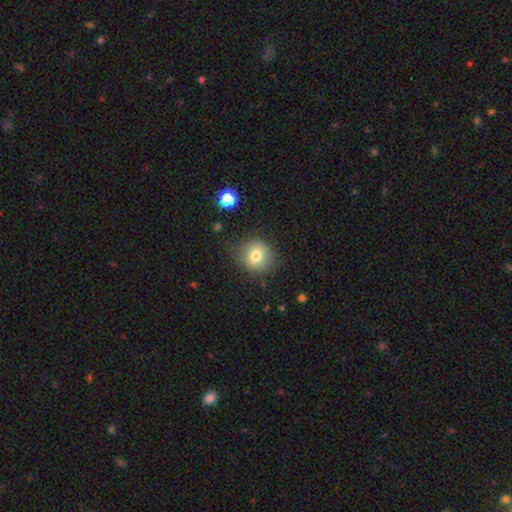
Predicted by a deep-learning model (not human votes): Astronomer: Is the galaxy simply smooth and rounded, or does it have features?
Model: smooth — 76%.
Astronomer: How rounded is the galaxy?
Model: round — 83%.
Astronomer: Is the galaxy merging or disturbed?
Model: none — 79%.